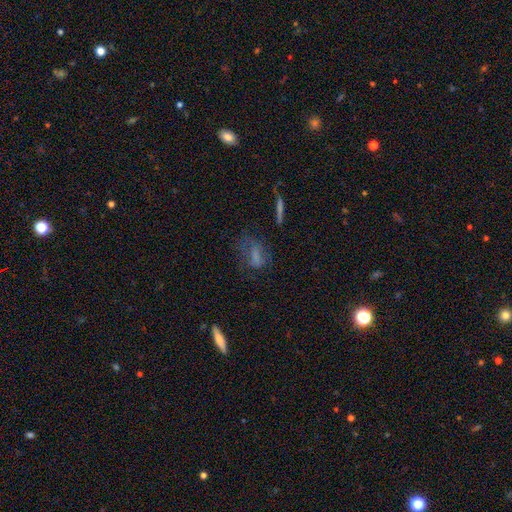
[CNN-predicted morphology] Q: Smooth or featured?
A: smooth (56%); runner-up: featured or disk (29%)
Q: How rounded?
A: in between (67%); runner-up: round (17%)
Q: Merging?
A: none (43%); runner-up: major disturbance (30%)